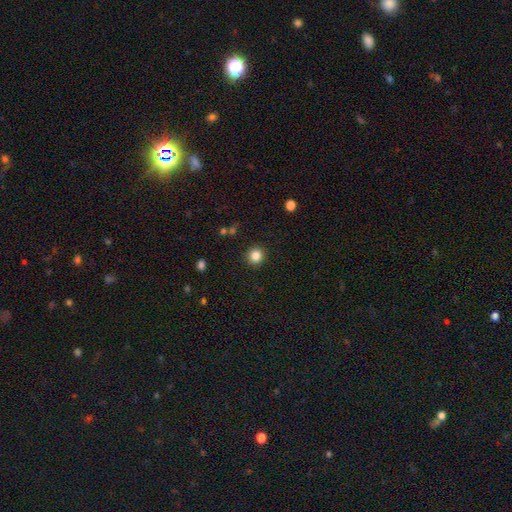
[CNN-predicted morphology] Smooth or featured? smooth (84%)
How rounded? round (92%)
Merging? none (92%)